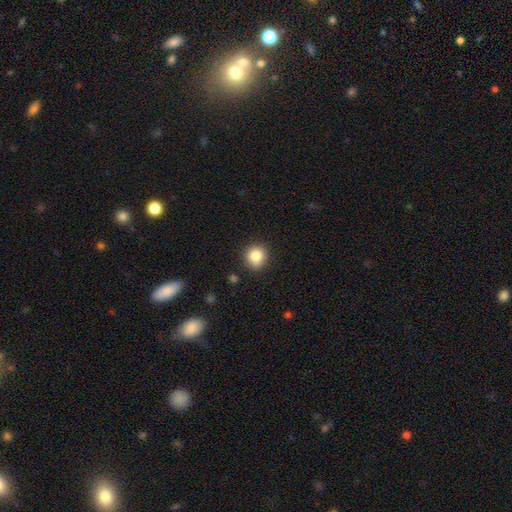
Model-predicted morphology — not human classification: type=smooth (85%); roundness=round (87%); merging=none (83%).